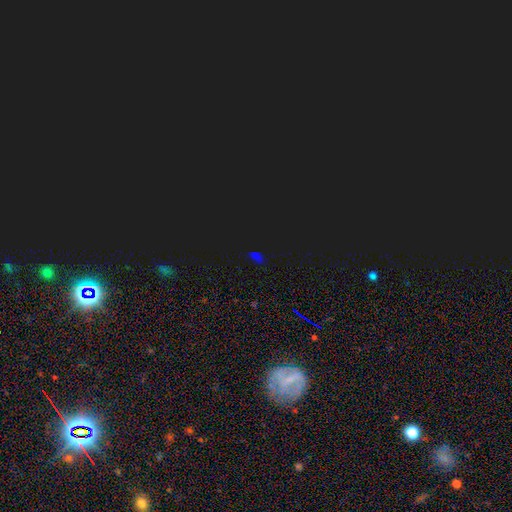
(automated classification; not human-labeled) A star or artifact, not a galaxy (67%).